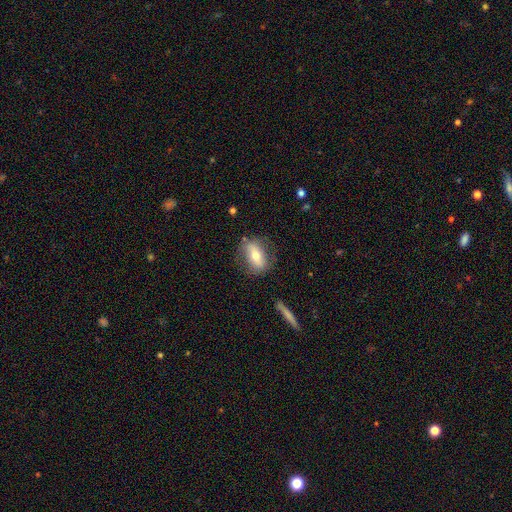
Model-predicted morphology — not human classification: Smooth or featured?
  - smooth: 56% *
  - featured or disk: 37%
  - star or artifact: 8%
How rounded?
  - in between: 75% *
  - round: 15%
  - cigar-shaped: 10%
Merging?
  - none: 72% *
  - minor disturbance: 18%
  - major disturbance: 7%
  - merger: 3%